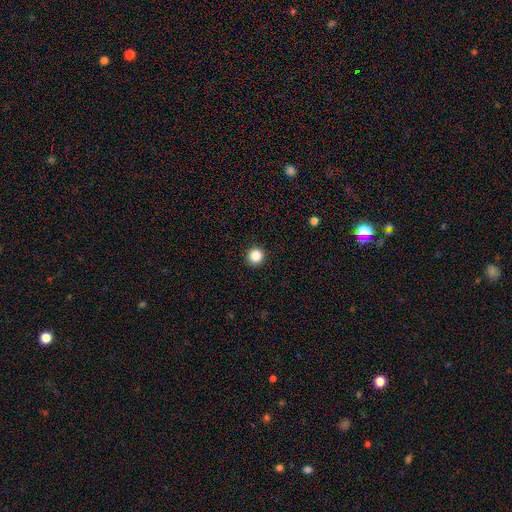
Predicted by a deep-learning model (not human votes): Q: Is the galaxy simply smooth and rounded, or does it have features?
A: smooth — 86%.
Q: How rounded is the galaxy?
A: round — 95%.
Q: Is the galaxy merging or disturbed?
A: none — 93%.